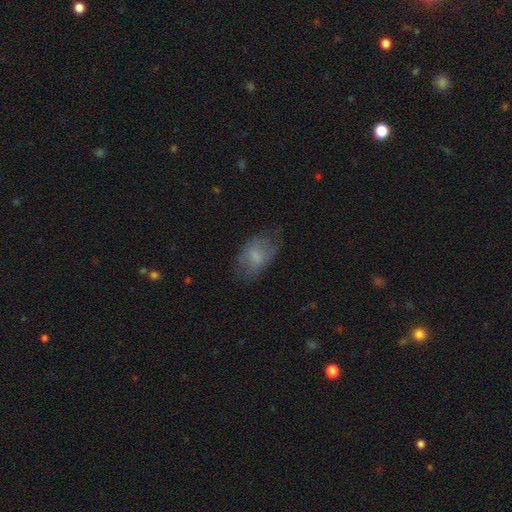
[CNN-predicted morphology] Q: Smooth or featured?
A: smooth (64%); runner-up: featured or disk (27%)
Q: How rounded?
A: in between (88%); runner-up: round (10%)
Q: Merging?
A: none (55%); runner-up: minor disturbance (27%)